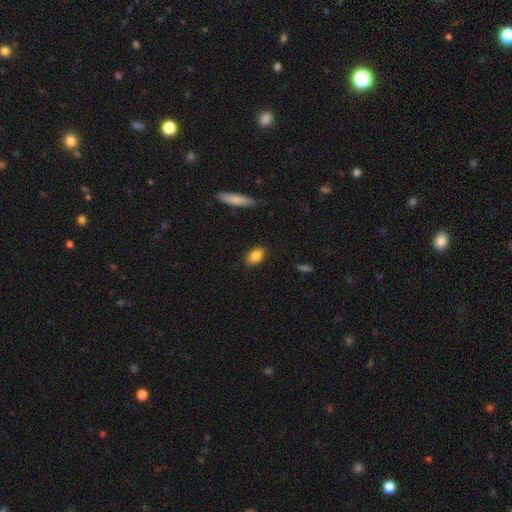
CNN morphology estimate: Q: Smooth or featured?
A: smooth (84%); runner-up: featured or disk (8%)
Q: How rounded?
A: in between (85%); runner-up: round (12%)
Q: Merging?
A: none (85%); runner-up: minor disturbance (11%)